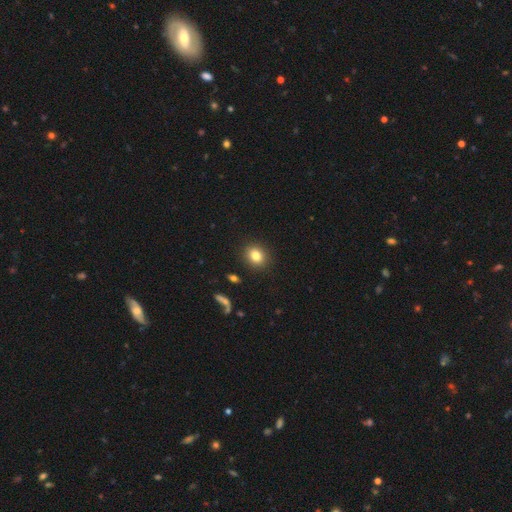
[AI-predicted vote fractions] Smooth or featured? Predicted: smooth (p=0.81). How rounded? Predicted: round (p=0.68). Merging? Predicted: none (p=0.90).